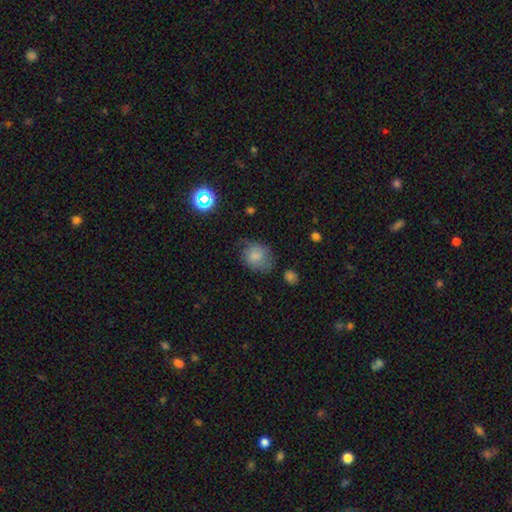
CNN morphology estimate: type=smooth (76%); roundness=round (66%); merging=none (55%).